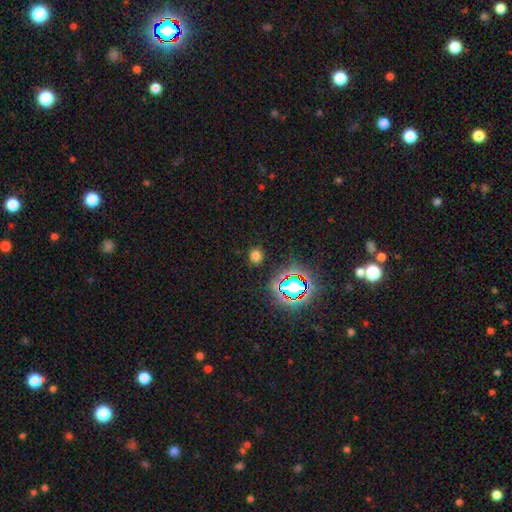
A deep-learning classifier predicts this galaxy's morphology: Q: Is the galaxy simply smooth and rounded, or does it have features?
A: smooth — 68%.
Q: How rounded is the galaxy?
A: round — 76%.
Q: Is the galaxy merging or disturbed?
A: none — 86%.